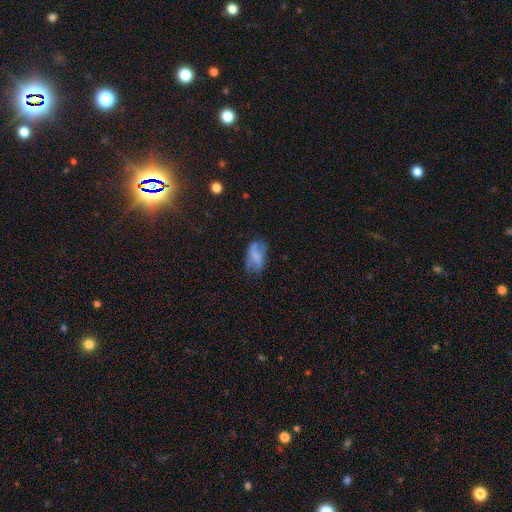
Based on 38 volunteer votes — This is possibly a smooth galaxy (53%). How rounded: clearly in between (95%). Merging: marginally major disturbance (42%).